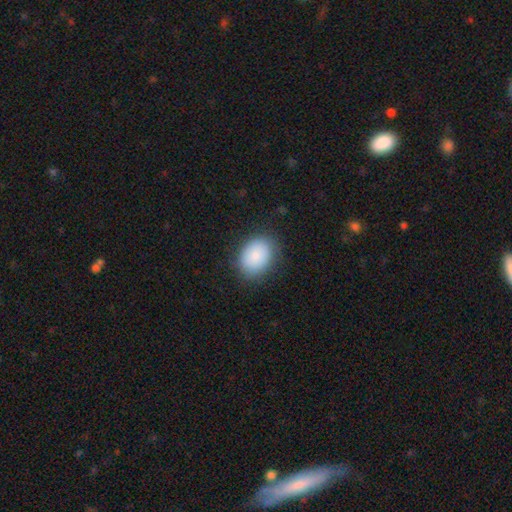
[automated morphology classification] smooth-or-featured: smooth: 84% | featured or disk: 8% | star or artifact: 8%
  how-rounded: in between: 63% | round: 36% | cigar-shaped: 1%
  merging: none: 82% | minor disturbance: 14% | major disturbance: 4% | merger: 1%